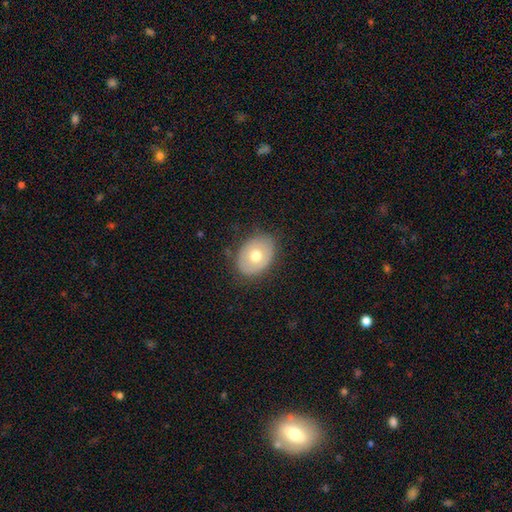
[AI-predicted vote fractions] This appears to be a smooth galaxy with no disk features (64%) that is in between round and cigar-shaped (68%). Merging: none (80%).